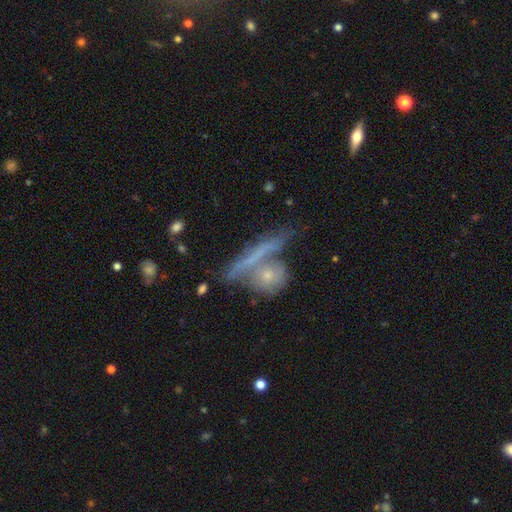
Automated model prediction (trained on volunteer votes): This is possibly a featured or disk galaxy (48%). Merging: possibly none (46%).